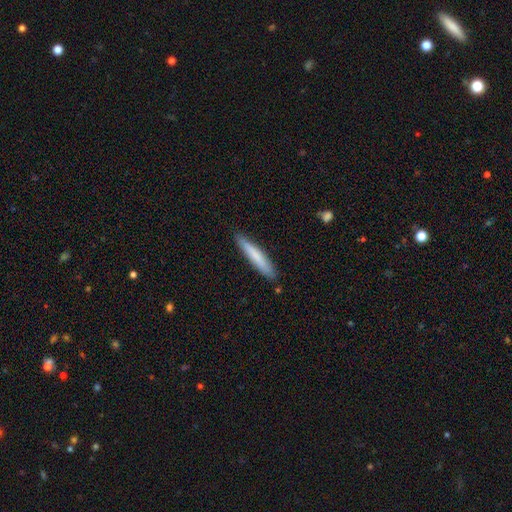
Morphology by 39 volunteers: Overall: smooth (74%). How rounded: cigar-shaped (97%). Merging: none (89%).